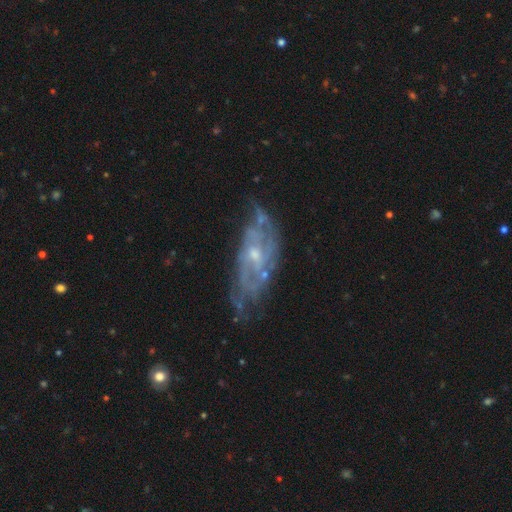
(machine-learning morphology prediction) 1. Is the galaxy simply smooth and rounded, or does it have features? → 82% featured or disk, 10% smooth, 7% star or artifact.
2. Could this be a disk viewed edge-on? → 89% no, 11% yes.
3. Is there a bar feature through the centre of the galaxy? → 55% no, 37% weak, 8% strong.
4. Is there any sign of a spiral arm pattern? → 84% yes, 16% no.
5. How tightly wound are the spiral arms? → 46% tight, 39% medium, 15% loose.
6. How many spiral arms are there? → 45% can't tell, 32% 2, 10% 3, 5% 4, 4% 1, 4% more than 4.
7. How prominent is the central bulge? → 59% small, 35% moderate, 3% none, 1% large, 1% dominant.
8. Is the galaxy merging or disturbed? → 62% none, 24% minor disturbance, 11% major disturbance, 3% merger.